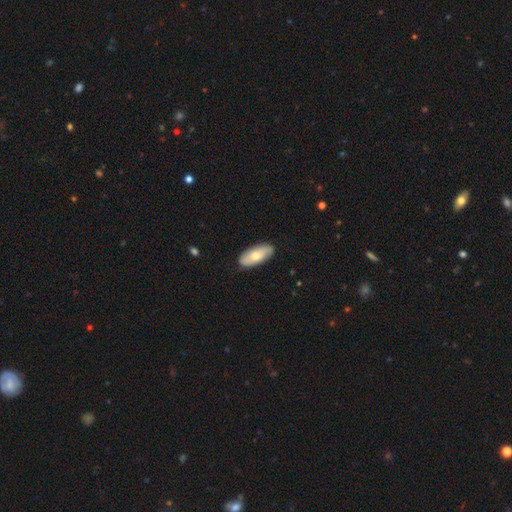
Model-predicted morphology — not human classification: Smooth or featured? smooth (68%)
How rounded? in between (87%)
Merging? none (87%)